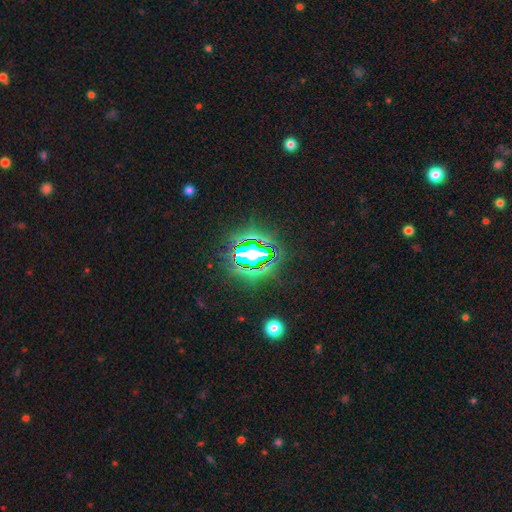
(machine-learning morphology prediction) Smooth or featured?
  - star or artifact: 79% *
  - smooth: 12%
  - featured or disk: 9%